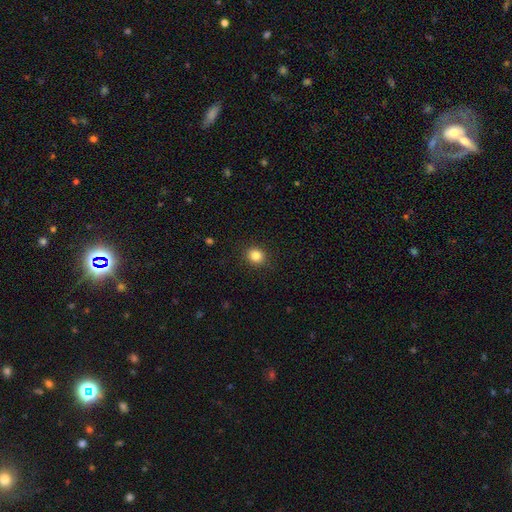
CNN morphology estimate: Overall: smooth (84%). How rounded: round (82%). Merging: none (90%).